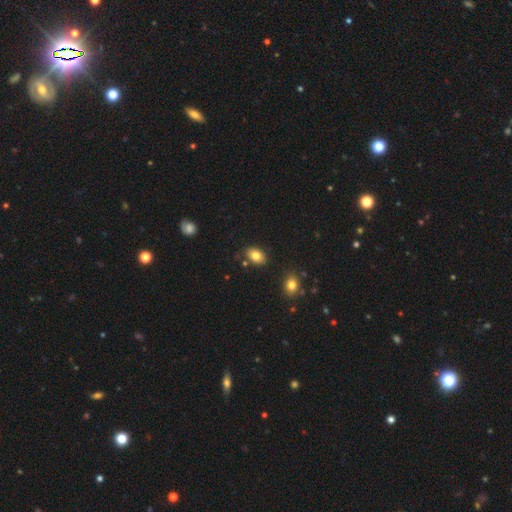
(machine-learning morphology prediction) smooth_or_featured: smooth (p=0.82) [alt: featured or disk p=0.10]
how_rounded: in between (p=0.86) [alt: round p=0.13]
merging: none (p=0.80) [alt: minor disturbance p=0.13]